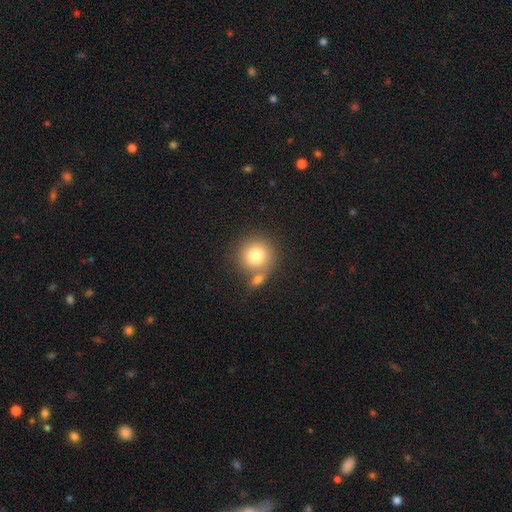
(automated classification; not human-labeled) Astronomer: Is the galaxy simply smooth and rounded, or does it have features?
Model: smooth — 78%.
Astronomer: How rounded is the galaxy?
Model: round — 91%.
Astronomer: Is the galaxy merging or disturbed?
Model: none — 59%.